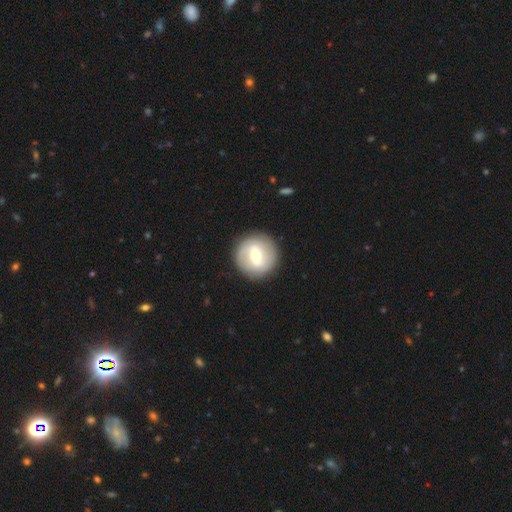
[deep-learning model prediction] Smooth or featured? Predicted: featured or disk (p=0.55). Edge-on disk? Predicted: no (p=0.95). Bar? Predicted: weak (p=0.51). Spiral arms? Predicted: yes (p=0.55). Bulge size? Predicted: moderate (p=0.69). Merging? Predicted: none (p=0.90).